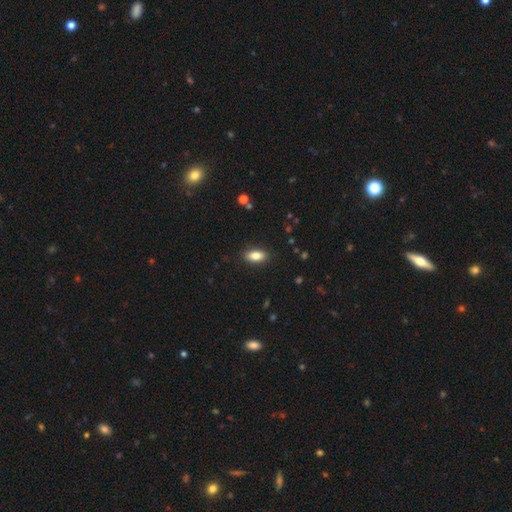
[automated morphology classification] The model was most divided on "smooth or featured": smooth: 82%, featured or disk: 10%, star or artifact: 8%. More confident: merging — none (88%); how rounded — in between (88%).